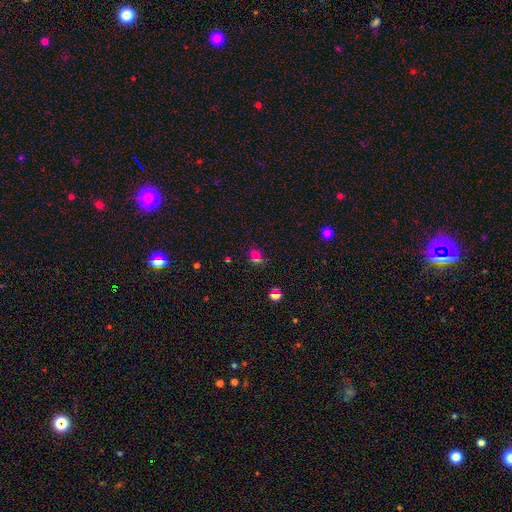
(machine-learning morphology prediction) Smooth or featured?
  - smooth: 56% *
  - star or artifact: 33%
  - featured or disk: 11%
How rounded?
  - round: 64% *
  - in between: 34%
  - cigar-shaped: 2%
Merging?
  - none: 58% *
  - merger: 25%
  - minor disturbance: 11%
  - major disturbance: 6%